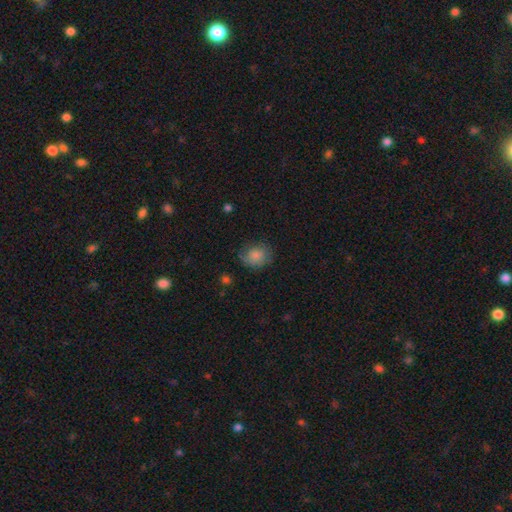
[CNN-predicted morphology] Smooth or featured? Predicted: smooth (p=0.81). How rounded? Predicted: round (p=0.69). Merging? Predicted: none (p=0.70).